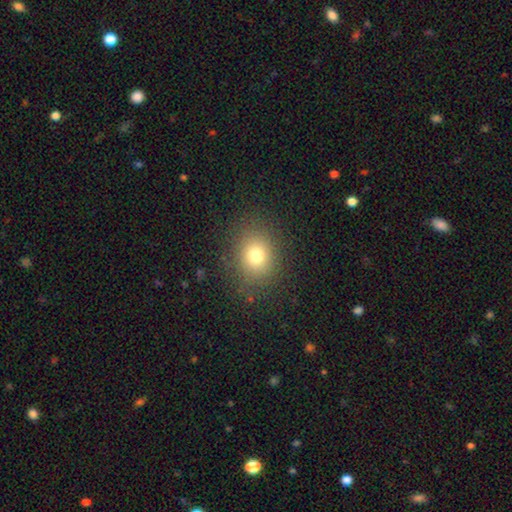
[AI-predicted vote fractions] Smooth or featured? Predicted: smooth (p=0.76). How rounded? Predicted: round (p=0.65). Merging? Predicted: none (p=0.85).